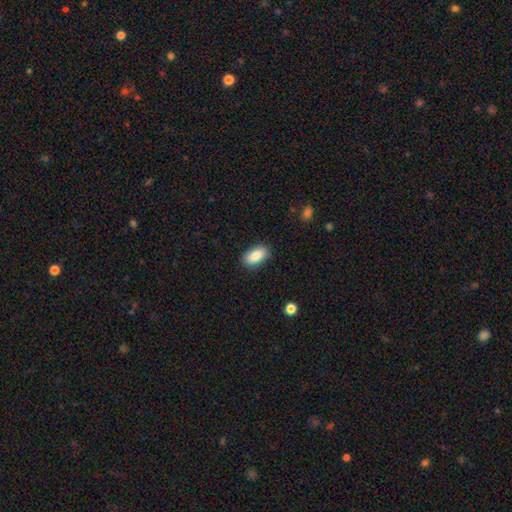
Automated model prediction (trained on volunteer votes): Q: Smooth or featured?
A: smooth (87%); runner-up: featured or disk (7%)
Q: How rounded?
A: in between (92%); runner-up: cigar-shaped (4%)
Q: Merging?
A: none (88%); runner-up: minor disturbance (9%)